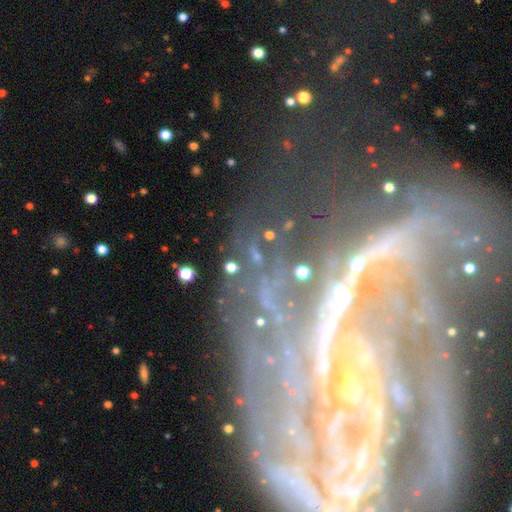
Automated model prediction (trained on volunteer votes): Smooth or featured?
  - featured or disk: 51% *
  - star or artifact: 35%
  - smooth: 14%
Edge-on disk?
  - no: 89% *
  - yes: 11%
Merging?
  - none: 48% *
  - major disturbance: 25%
  - minor disturbance: 16%
  - merger: 11%